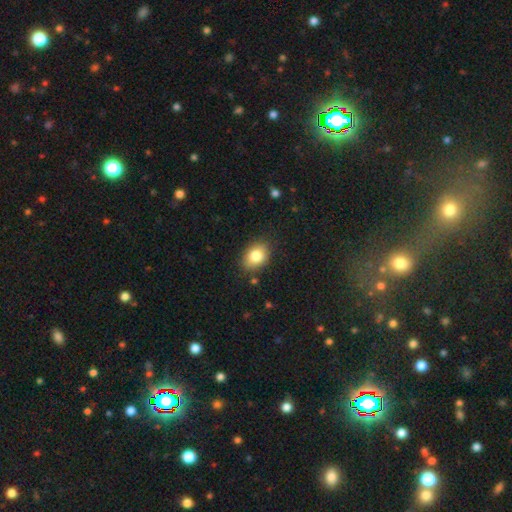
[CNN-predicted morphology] Smooth or featured? Predicted: smooth (p=0.83). How rounded? Predicted: in between (p=0.77). Merging? Predicted: none (p=0.83).